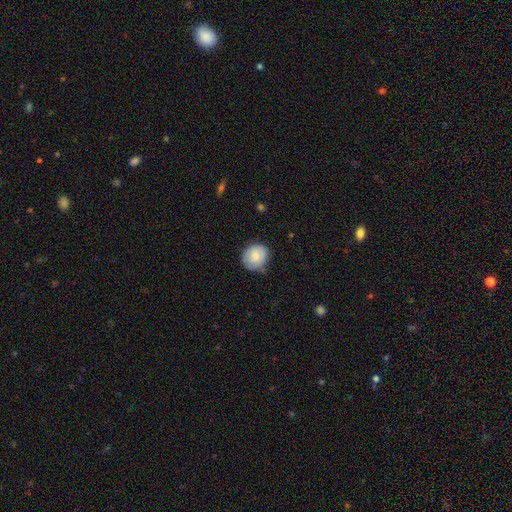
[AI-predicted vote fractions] Smooth or featured: smooth — 80% (featured or disk — 13%)
How rounded: round — 83% (in between — 16%)
Merging: none — 70% (minor disturbance — 24%)